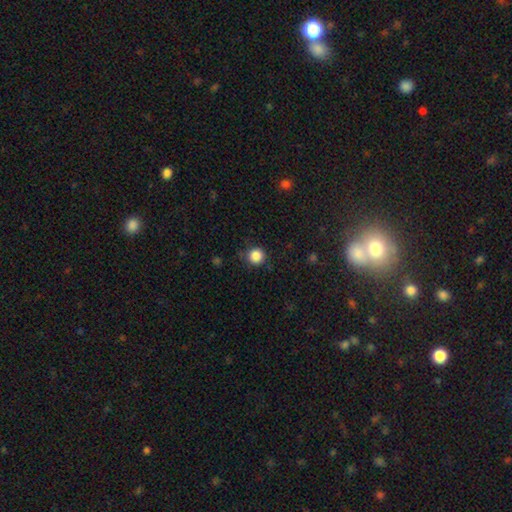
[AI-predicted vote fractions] Smooth or featured?
  - smooth: 86% *
  - star or artifact: 11%
  - featured or disk: 3%
How rounded?
  - round: 95% *
  - in between: 4%
  - cigar-shaped: 1%
Merging?
  - none: 86% *
  - minor disturbance: 10%
  - major disturbance: 3%
  - merger: 1%